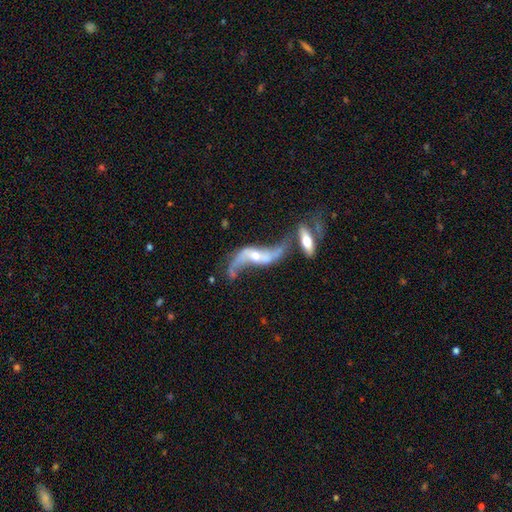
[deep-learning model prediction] This is clearly a featured or disk galaxy (86%). It is clearly not viewed edge-on (87%). Bar: possibly no (45%). Spiral arm pattern: clearly yes (90%). Spiral arm count: clearly 2 (90%). Spiral winding: clearly loose (92%). Central bulge: possibly moderate (46%). Merging: marginally merger (38%).